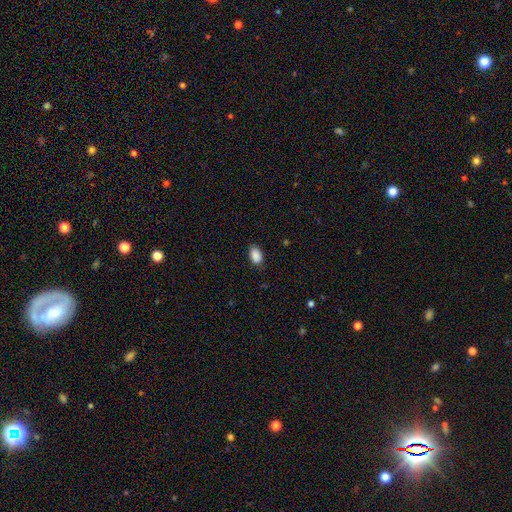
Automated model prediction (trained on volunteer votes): A smooth galaxy with no disk features (89%) that is in between round and cigar-shaped (93%). Merging: none (82%).